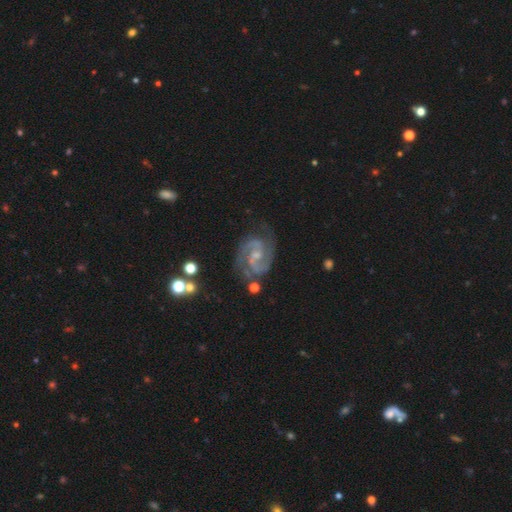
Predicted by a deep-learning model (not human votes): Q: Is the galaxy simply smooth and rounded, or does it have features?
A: featured or disk — 92%.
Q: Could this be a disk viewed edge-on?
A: no — 98%.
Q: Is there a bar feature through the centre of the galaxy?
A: weak — 51%.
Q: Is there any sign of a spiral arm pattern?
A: yes — 98%.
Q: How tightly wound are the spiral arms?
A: medium — 55%.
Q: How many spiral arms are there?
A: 2 — 89%.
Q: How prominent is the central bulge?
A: small — 62%.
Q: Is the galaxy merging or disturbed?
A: none — 73%.